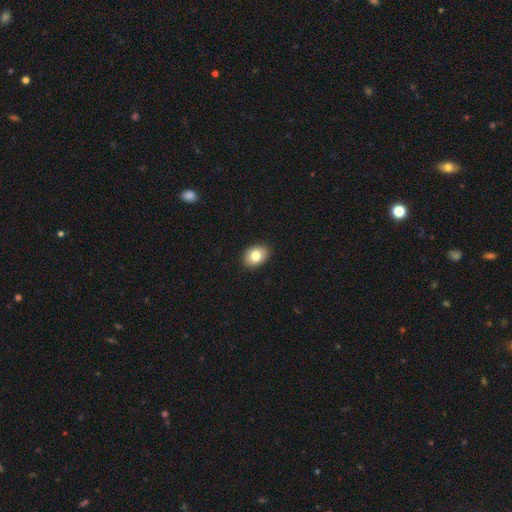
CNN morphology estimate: Q: Smooth or featured?
A: smooth (81%); runner-up: featured or disk (12%)
Q: How rounded?
A: in between (79%); runner-up: round (20%)
Q: Merging?
A: none (90%); runner-up: minor disturbance (7%)